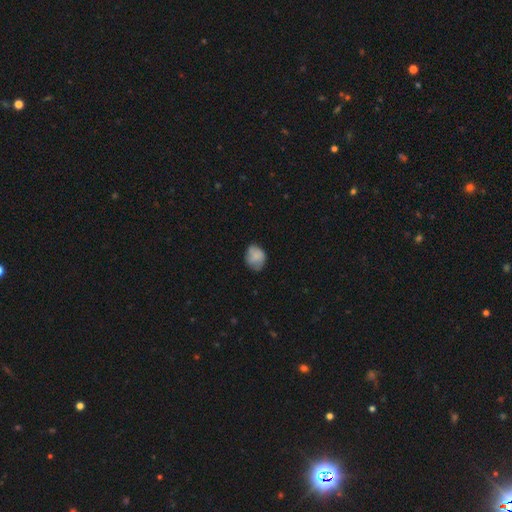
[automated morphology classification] The model was most divided on "how rounded": round: 56%, in between: 43%, cigar-shaped: 1%. More confident: smooth or featured — smooth (75%); merging — none (63%).